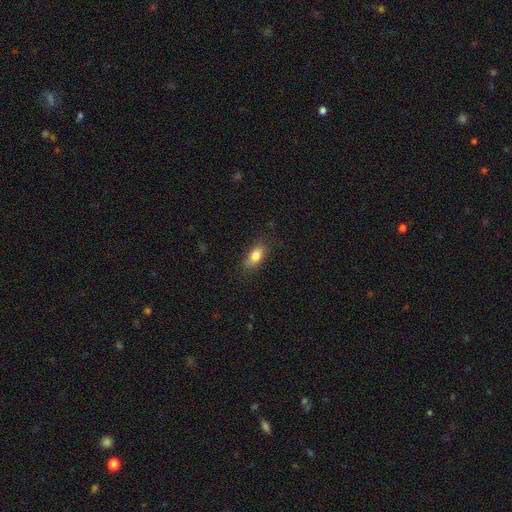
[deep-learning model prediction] A smooth galaxy with no disk features (83%) that is in between round and cigar-shaped (85%).

Vote fractions:
- Smooth or featured? smooth: 83% / featured or disk: 9% / star or artifact: 8%
- How rounded? in between: 85% / cigar-shaped: 9% / round: 6%
- Merging? none: 79% / minor disturbance: 15% / major disturbance: 4% / merger: 1%